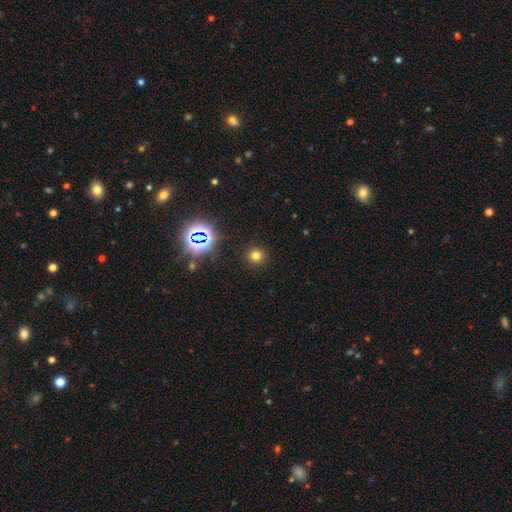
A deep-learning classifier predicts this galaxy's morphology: This is likely a smooth galaxy (72%). How rounded: clearly round (93%). Merging: clearly none (91%).